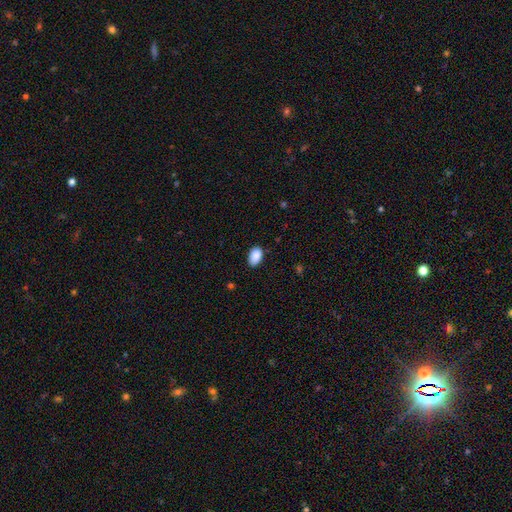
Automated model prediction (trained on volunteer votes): Smooth or featured? smooth (89%)
How rounded? in between (91%)
Merging? none (82%)